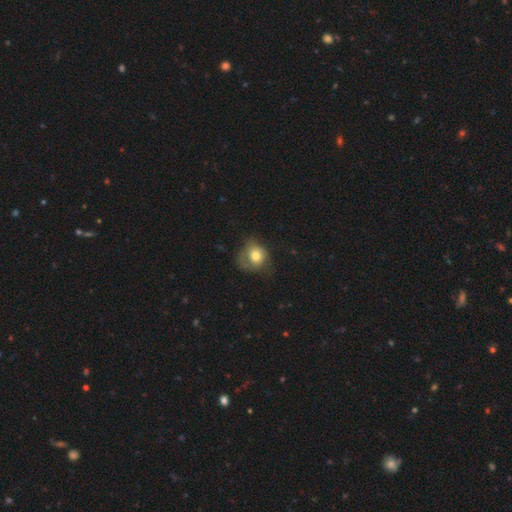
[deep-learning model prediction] Smooth or featured?
  - smooth: 72% *
  - featured or disk: 19%
  - star or artifact: 9%
How rounded?
  - round: 69% *
  - in between: 30%
  - cigar-shaped: 1%
Merging?
  - none: 40% *
  - minor disturbance: 33%
  - major disturbance: 25%
  - merger: 2%